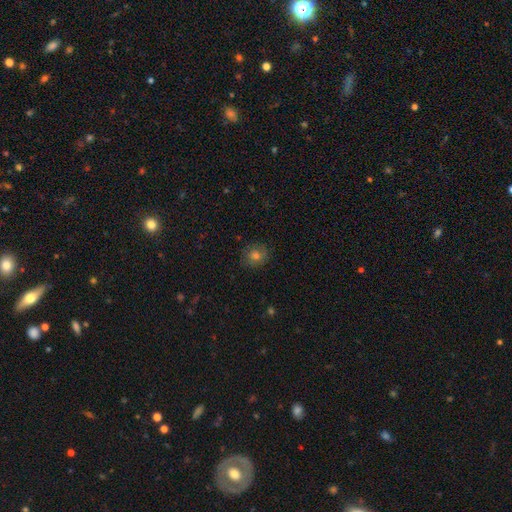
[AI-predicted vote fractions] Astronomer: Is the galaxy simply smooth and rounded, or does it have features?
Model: smooth — 69%.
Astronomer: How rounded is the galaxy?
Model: round — 82%.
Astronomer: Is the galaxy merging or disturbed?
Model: none — 86%.